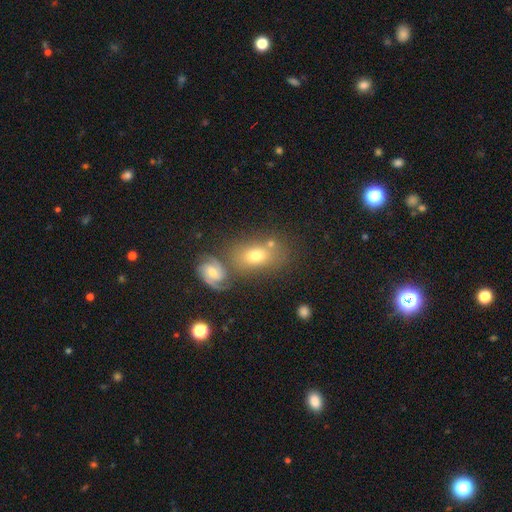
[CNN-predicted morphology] Overall: smooth (60%; featured or disk 30%). How rounded: in between (75%). Merging: none (52%; merger 26%).